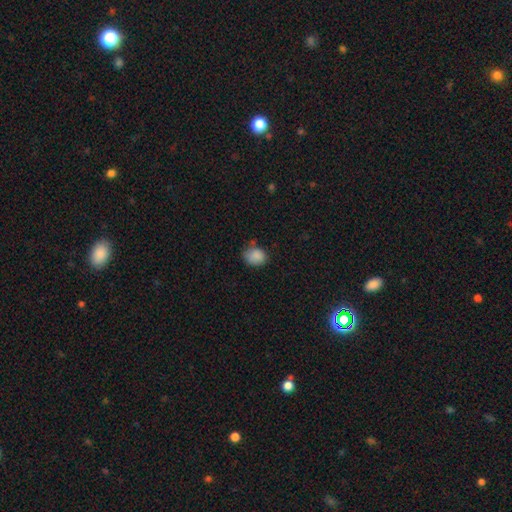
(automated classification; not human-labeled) Q: Smooth or featured?
A: smooth (86%); runner-up: star or artifact (9%)
Q: How rounded?
A: round (55%); runner-up: in between (44%)
Q: Merging?
A: none (62%); runner-up: minor disturbance (28%)